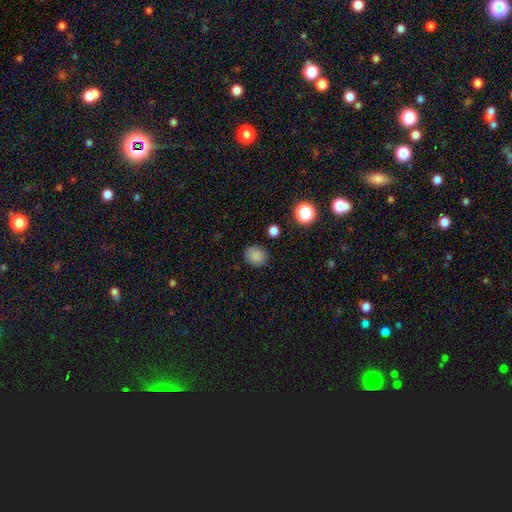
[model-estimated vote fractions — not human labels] Smooth or featured?
  - smooth: 84% *
  - star or artifact: 11%
  - featured or disk: 4%
How rounded?
  - round: 73% *
  - in between: 27%
  - cigar-shaped: 1%
Merging?
  - none: 85% *
  - minor disturbance: 10%
  - major disturbance: 3%
  - merger: 2%